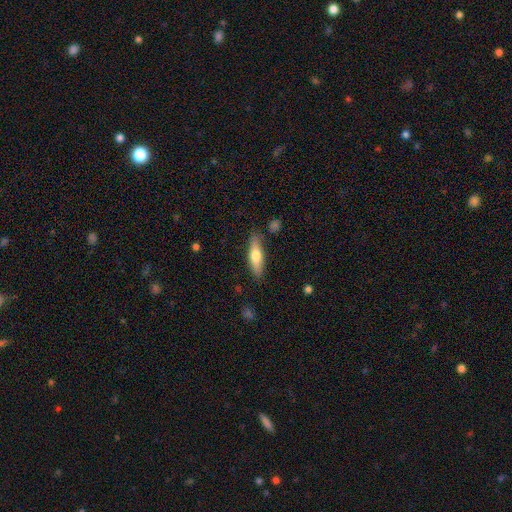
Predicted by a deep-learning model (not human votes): A smooth galaxy with no disk features (62%) that is cigar-shaped (60%). Merging: none (82%).